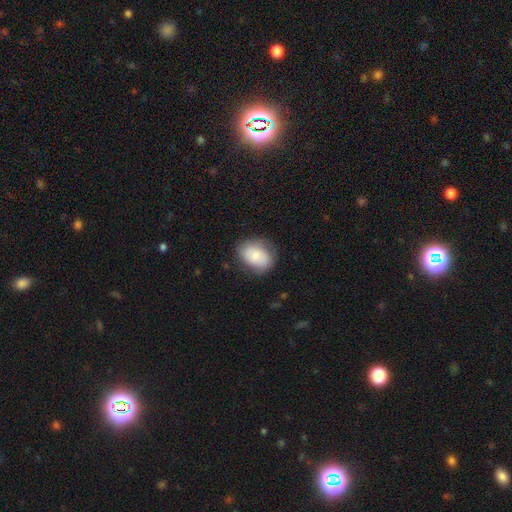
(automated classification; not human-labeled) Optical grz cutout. It shows a smooth galaxy with no disk features (73%) that is in between round and cigar-shaped (60%). Merging: none (70%).